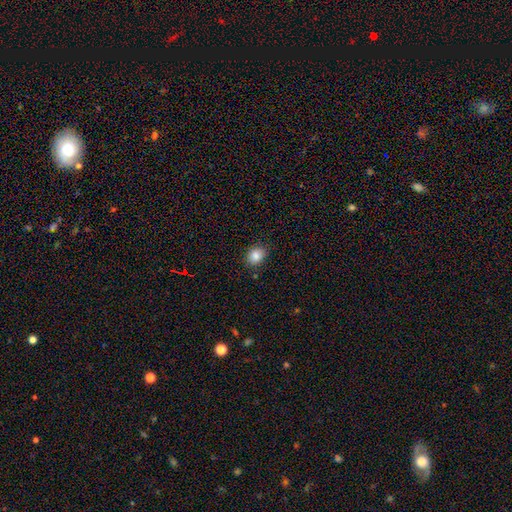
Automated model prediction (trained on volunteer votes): Overall: smooth (85%). How rounded: round (55%; in between 44%). Merging: none (84%).